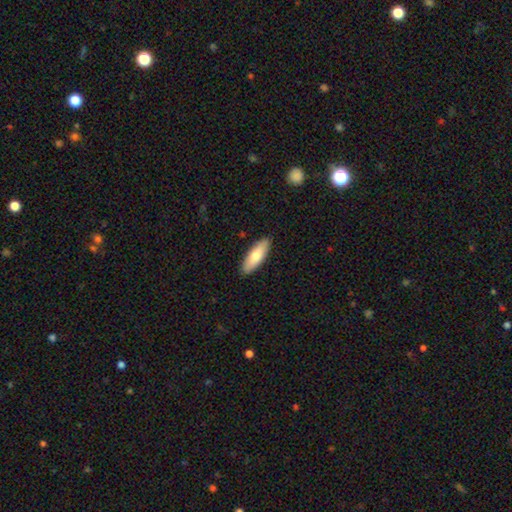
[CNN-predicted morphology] A smooth galaxy with no disk features (76%) that is in between round and cigar-shaped (58%).

Vote fractions:
- Smooth or featured? smooth: 76% / featured or disk: 19% / star or artifact: 5%
- How rounded? in between: 58% / cigar-shaped: 40% / round: 2%
- Merging? none: 89% / minor disturbance: 8% / major disturbance: 2% / merger: 1%